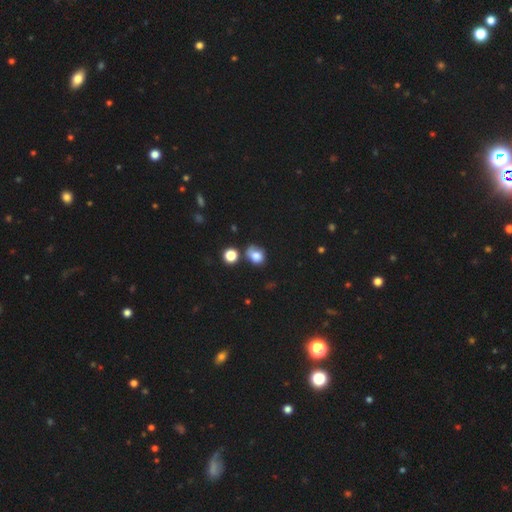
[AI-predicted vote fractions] smooth-or-featured: smooth: 76% | star or artifact: 12% | featured or disk: 11%
  how-rounded: round: 51% | in between: 48% | cigar-shaped: 1%
  merging: none: 48% | minor disturbance: 27% | merger: 15% | major disturbance: 11%